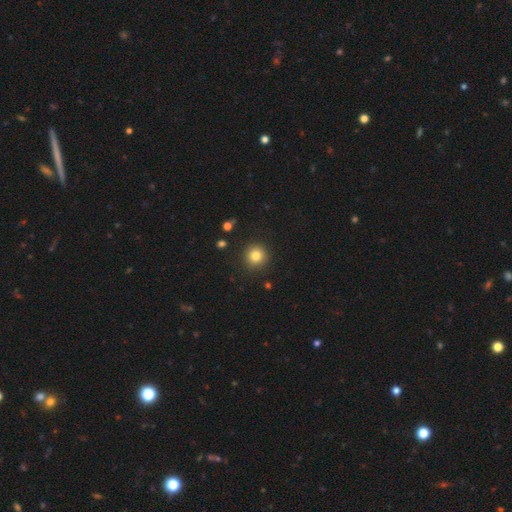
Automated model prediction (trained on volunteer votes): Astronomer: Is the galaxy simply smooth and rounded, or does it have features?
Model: smooth — 82%.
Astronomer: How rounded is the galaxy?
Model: round — 94%.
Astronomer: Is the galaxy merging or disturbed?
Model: none — 91%.